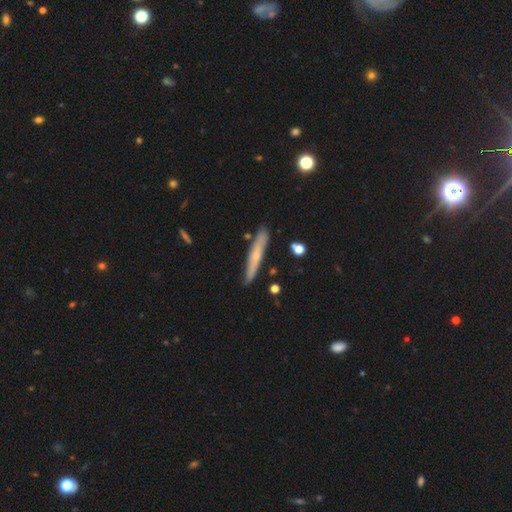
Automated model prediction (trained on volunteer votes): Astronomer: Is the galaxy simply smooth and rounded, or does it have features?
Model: featured or disk — 47%, tied with smooth at 47%.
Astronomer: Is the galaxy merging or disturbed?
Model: none — 85%.